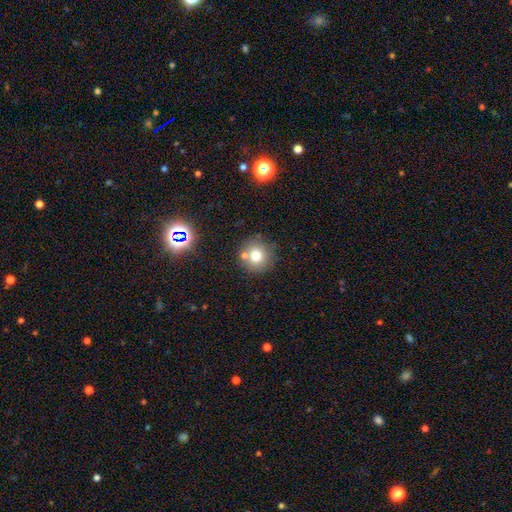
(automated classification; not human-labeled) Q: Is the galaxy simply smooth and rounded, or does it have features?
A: smooth — 75%.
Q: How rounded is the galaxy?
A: round — 91%.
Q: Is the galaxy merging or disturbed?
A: none — 74%.